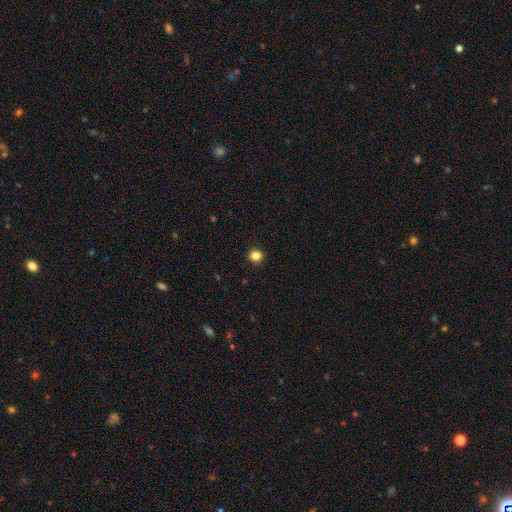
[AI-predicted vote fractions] Smooth or featured?
  - smooth: 84% *
  - star or artifact: 12%
  - featured or disk: 4%
How rounded?
  - round: 88% *
  - in between: 11%
  - cigar-shaped: 1%
Merging?
  - none: 92% *
  - minor disturbance: 6%
  - major disturbance: 2%
  - merger: 1%